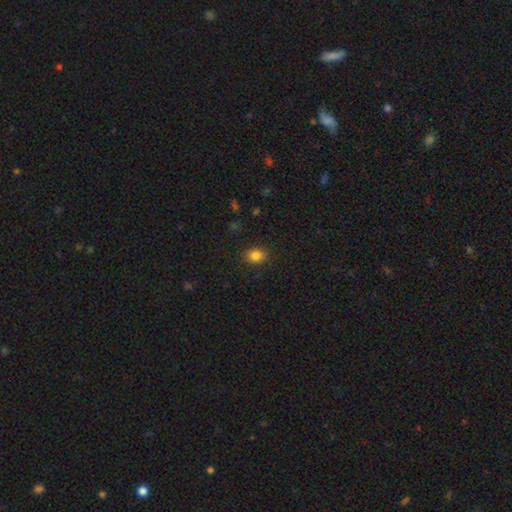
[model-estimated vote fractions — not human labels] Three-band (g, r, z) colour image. It shows a smooth galaxy with no disk features (85%) that is in between round and cigar-shaped (57%). Merging: none (87%).